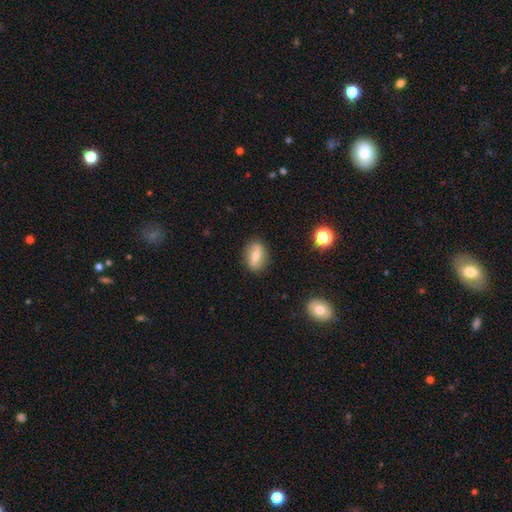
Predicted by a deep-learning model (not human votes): Q: Smooth or featured?
A: smooth (47%); runner-up: featured or disk (44%)
Q: Merging?
A: none (86%); runner-up: minor disturbance (10%)